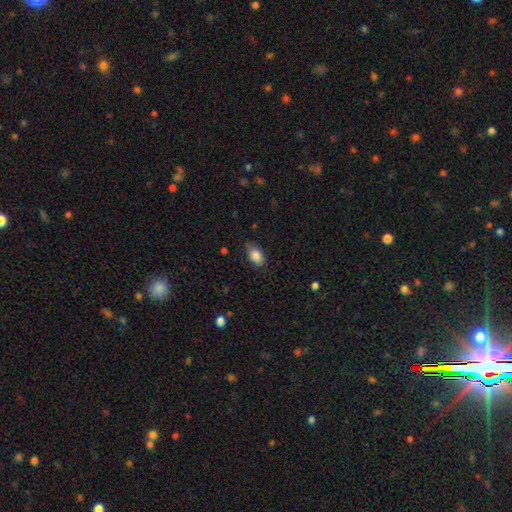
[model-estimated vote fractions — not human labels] smooth 85%, star or artifact 8%, featured or disk 7%. Down the decision tree: how rounded — in between (86%); merging — none (71%).